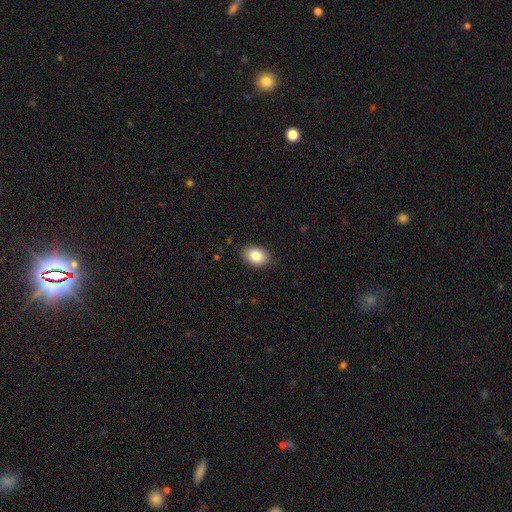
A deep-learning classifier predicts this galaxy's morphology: Smooth or featured: smooth — 84% (featured or disk — 8%)
How rounded: in between — 82% (round — 17%)
Merging: none — 86% (minor disturbance — 11%)